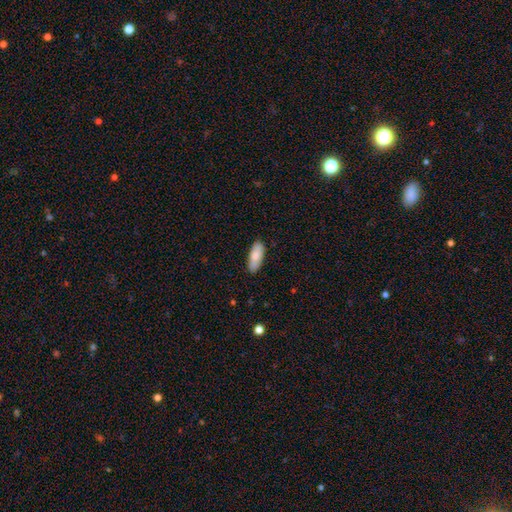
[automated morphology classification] Smooth or featured? Predicted: smooth (p=0.83). How rounded? Predicted: in between (p=0.76). Merging? Predicted: none (p=0.85).